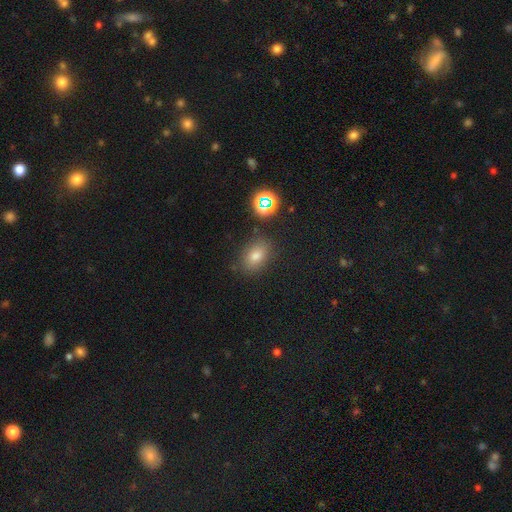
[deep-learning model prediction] Smooth or featured?
  - smooth: 72% *
  - star or artifact: 18%
  - featured or disk: 10%
How rounded?
  - in between: 73% *
  - round: 26%
  - cigar-shaped: 2%
Merging?
  - none: 82% *
  - minor disturbance: 11%
  - merger: 4%
  - major disturbance: 3%